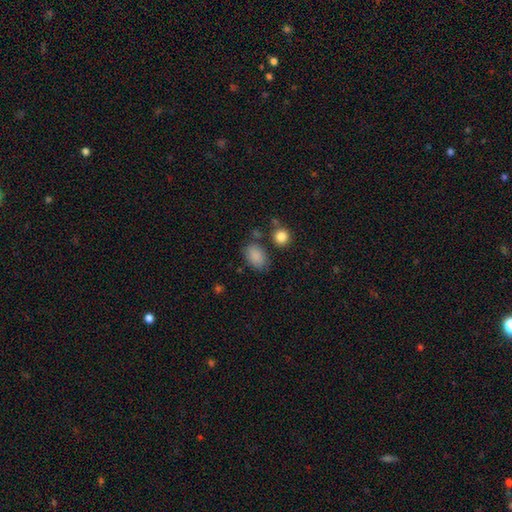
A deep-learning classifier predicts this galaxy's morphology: The model was most divided on "merging": none: 71%, minor disturbance: 18%, merger: 6%, major disturbance: 5%. More confident: smooth or featured — smooth (86%); how rounded — in between (85%).